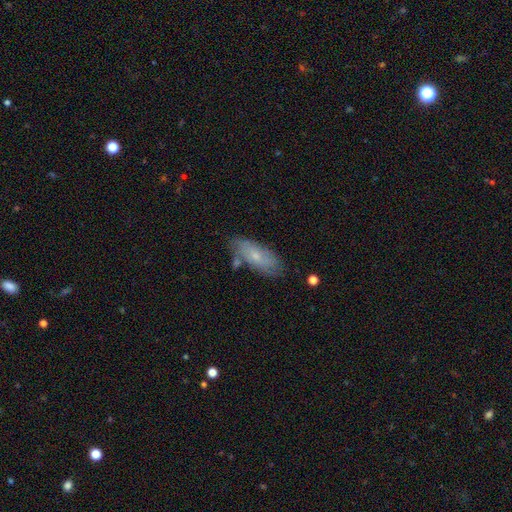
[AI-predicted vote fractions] Overall: smooth (54%; featured or disk 39%). How rounded: in between (76%). Merging: none (70%).